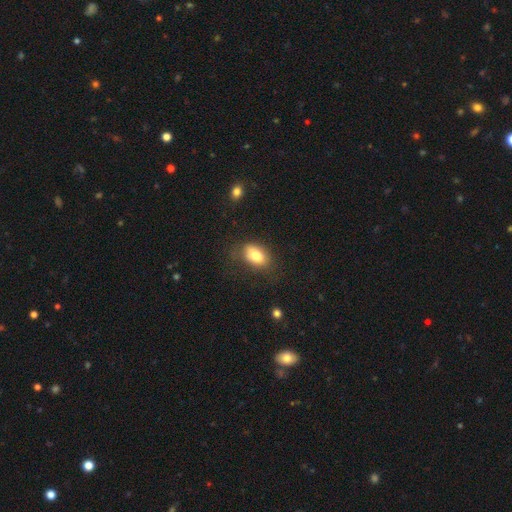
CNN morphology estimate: A smooth galaxy with no disk features (77%) that is in between round and cigar-shaped (86%).

Vote fractions:
- Smooth or featured? smooth: 77% / featured or disk: 14% / star or artifact: 9%
- How rounded? in between: 86% / round: 13% / cigar-shaped: 2%
- Merging? none: 71% / minor disturbance: 19% / major disturbance: 8% / merger: 2%